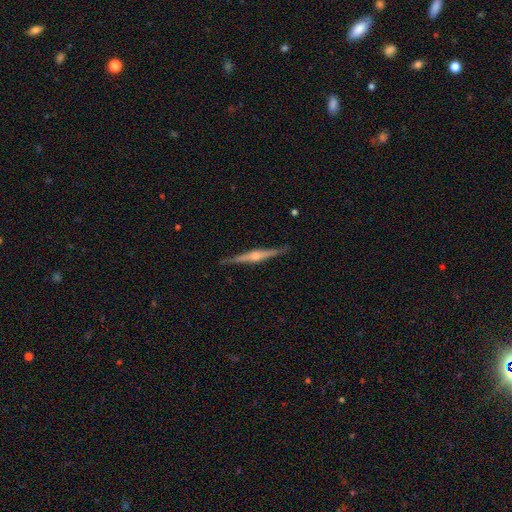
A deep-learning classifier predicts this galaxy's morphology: Smooth or featured?
  - featured or disk: 82% *
  - smooth: 13%
  - star or artifact: 5%
Edge-on disk?
  - yes: 98% *
  - no: 2%
Edge-on bulge?
  - rounded: 87% *
  - boxy: 8%
  - none: 5%
Merging?
  - none: 90% *
  - minor disturbance: 7%
  - major disturbance: 1%
  - merger: 1%